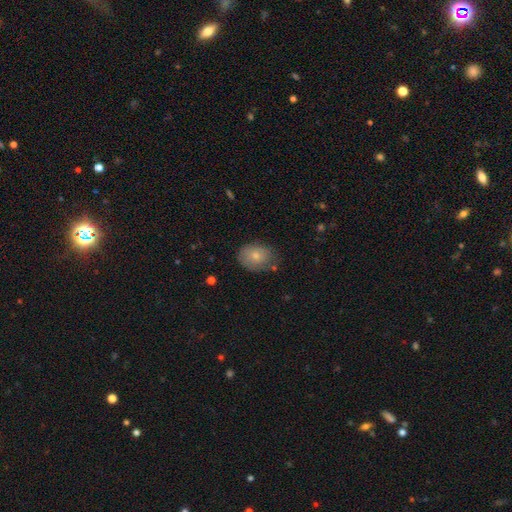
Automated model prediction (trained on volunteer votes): A smooth galaxy with no disk features (76%) that is in between round and cigar-shaped (68%).

Vote fractions:
- Smooth or featured? smooth: 76% / featured or disk: 16% / star or artifact: 8%
- How rounded? in between: 68% / round: 31% / cigar-shaped: 1%
- Merging? none: 65% / minor disturbance: 25% / major disturbance: 6% / merger: 3%